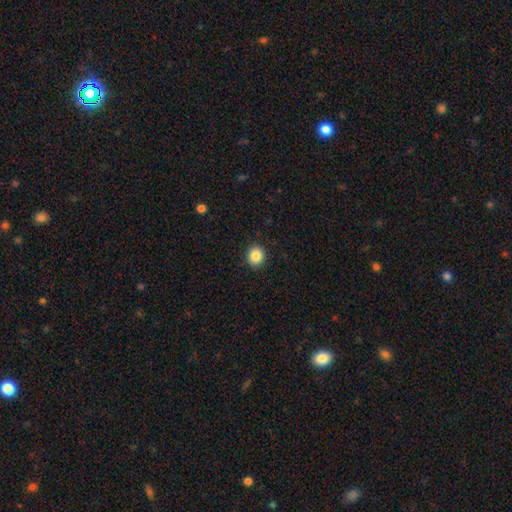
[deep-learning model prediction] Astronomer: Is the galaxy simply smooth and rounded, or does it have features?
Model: smooth — 86%.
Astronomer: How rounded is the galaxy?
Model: round — 77%.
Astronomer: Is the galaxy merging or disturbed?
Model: none — 91%.